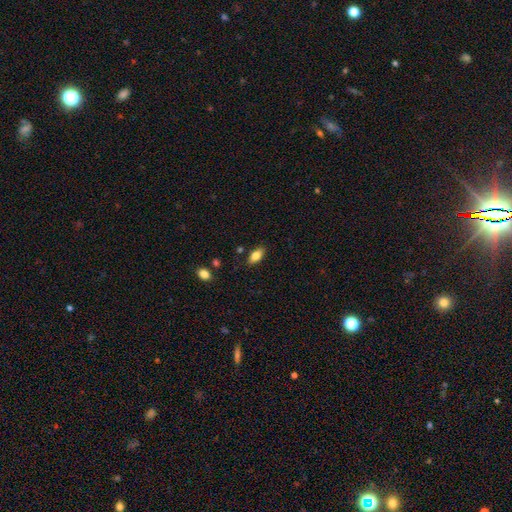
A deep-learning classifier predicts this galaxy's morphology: smooth 80%, featured or disk 12%, star or artifact 8%. Down the decision tree: how rounded — in between (89%); merging — none (84%).